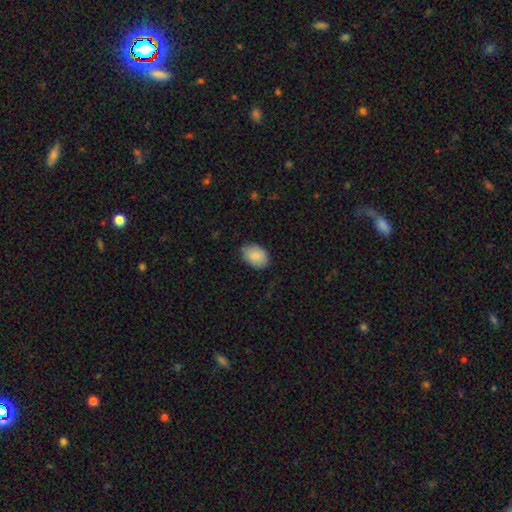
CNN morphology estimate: smooth 86%, featured or disk 8%, star or artifact 7%. Down the decision tree: how rounded — in between (77%); merging — none (76%).